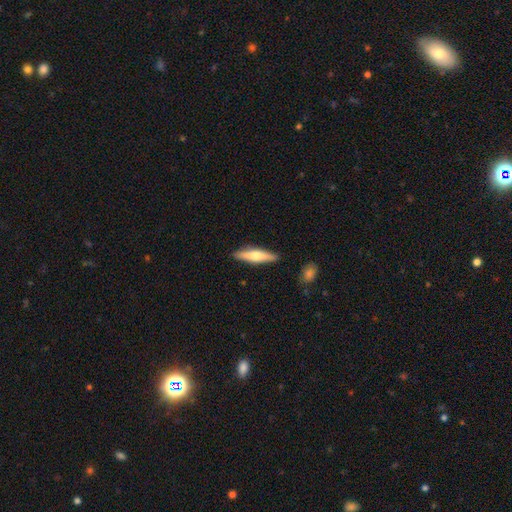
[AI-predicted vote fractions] Smooth or featured: smooth — 54% (featured or disk — 40%)
How rounded: cigar-shaped — 80% (in between — 18%)
Merging: none — 89% (minor disturbance — 8%)